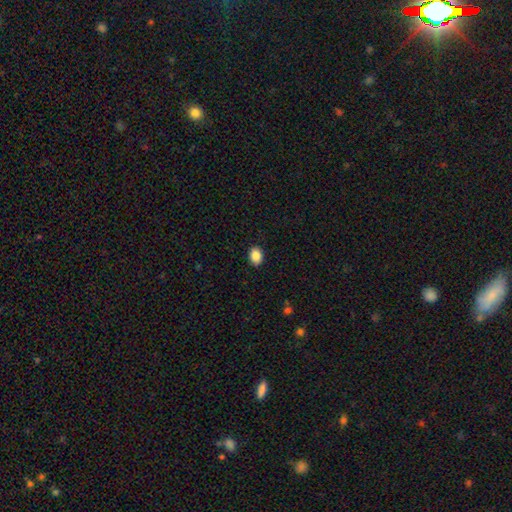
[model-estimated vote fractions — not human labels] This appears to be a smooth galaxy with no disk features (88%) that is in between round and cigar-shaped (70%). Merging: none (90%).